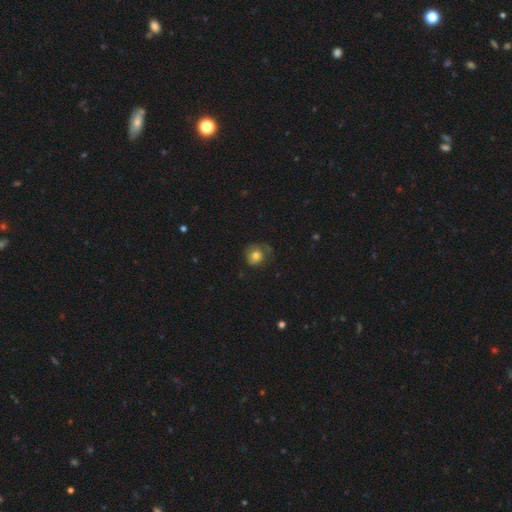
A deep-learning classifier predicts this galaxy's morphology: smooth-or-featured: smooth: 72% | featured or disk: 19% | star or artifact: 9%
  how-rounded: round: 78% | in between: 21% | cigar-shaped: 1%
  merging: none: 51% | minor disturbance: 27% | major disturbance: 20% | merger: 2%